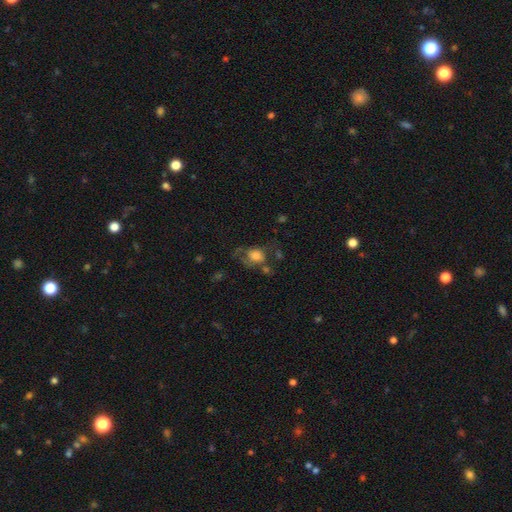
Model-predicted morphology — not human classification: type=smooth (66%); roundness=round (52%); merging=none (35%).